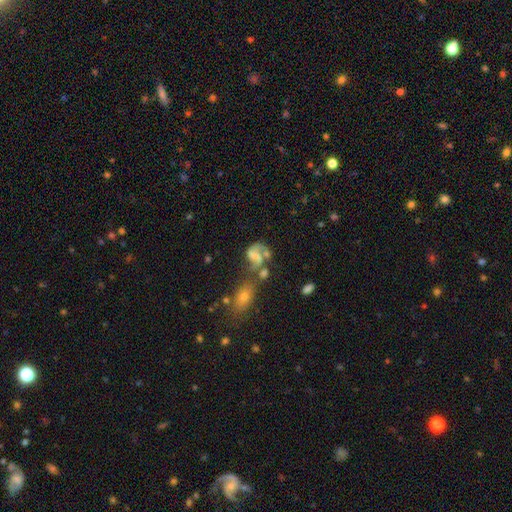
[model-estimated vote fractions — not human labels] This is possibly a featured or disk galaxy (55%). It is clearly not viewed edge-on (97%). Bar: possibly no (58%). Spiral arm pattern: likely yes (67%). Central bulge: likely none (60%). Merging: marginally merger (34%).